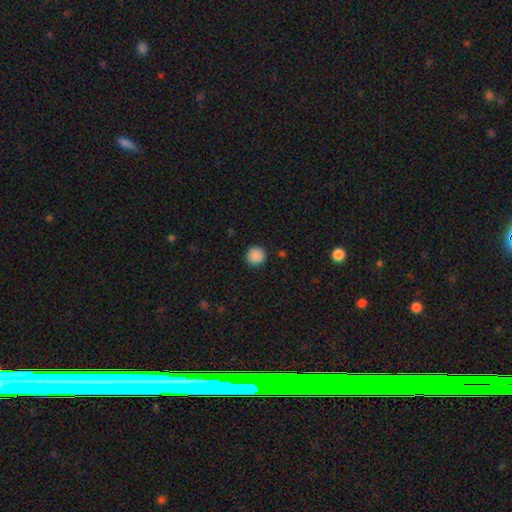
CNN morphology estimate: smooth 89%, star or artifact 9%, featured or disk 2%. Down the decision tree: how rounded — round (94%); merging — none (91%).